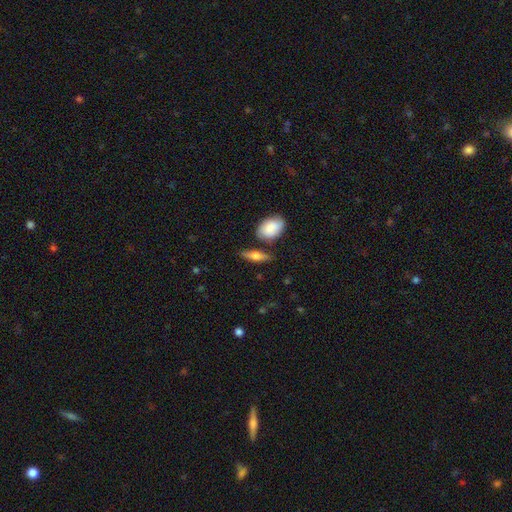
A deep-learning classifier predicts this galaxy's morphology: Smooth or featured: smooth — 57% (featured or disk — 36%)
How rounded: in between — 55% (cigar-shaped — 39%)
Merging: none — 76% (minor disturbance — 13%)